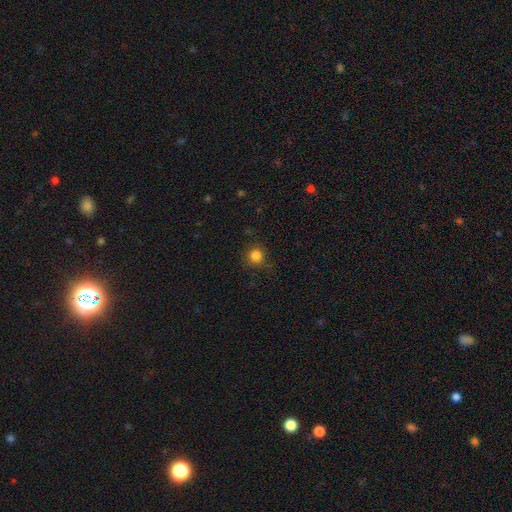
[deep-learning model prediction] Smooth or featured? Predicted: smooth (p=0.83). How rounded? Predicted: round (p=0.93). Merging? Predicted: none (p=0.83).